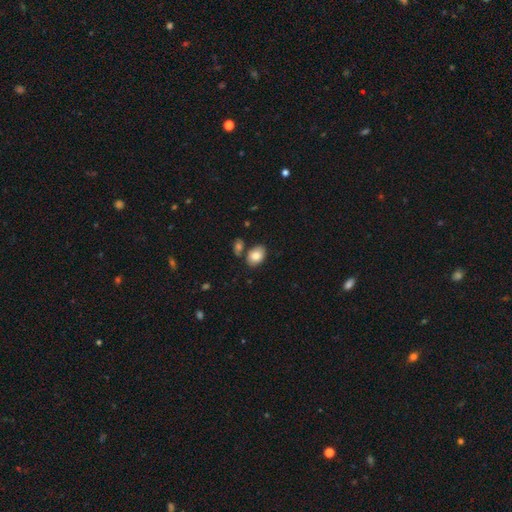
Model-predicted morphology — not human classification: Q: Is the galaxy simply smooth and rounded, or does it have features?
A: smooth — 83%.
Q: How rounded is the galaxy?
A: in between — 78%.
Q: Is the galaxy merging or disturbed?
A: none — 70%.